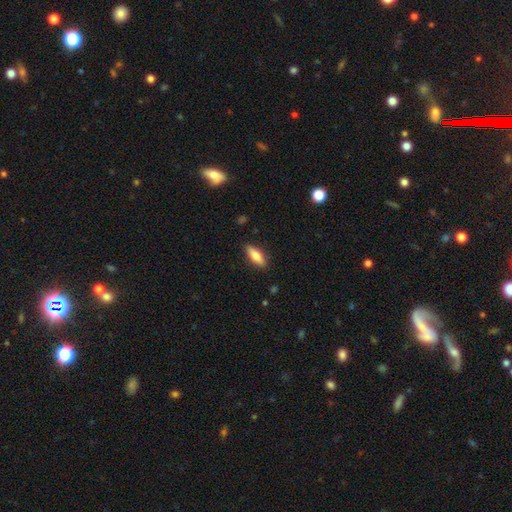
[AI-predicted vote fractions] Smooth or featured? smooth (74%)
How rounded? in between (56%)
Merging? none (87%)